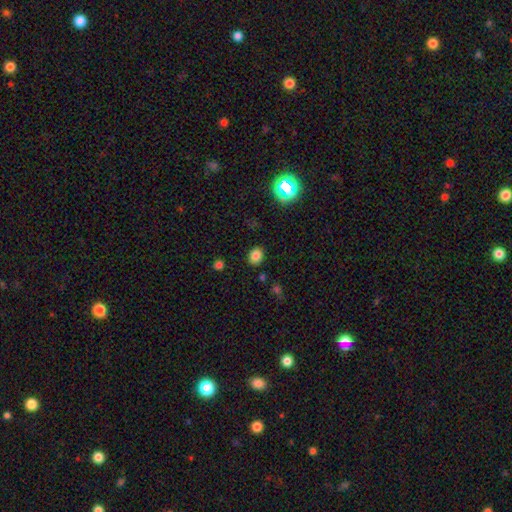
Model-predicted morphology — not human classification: Smooth or featured? smooth (80%)
How rounded? in between (51%)
Merging? none (87%)